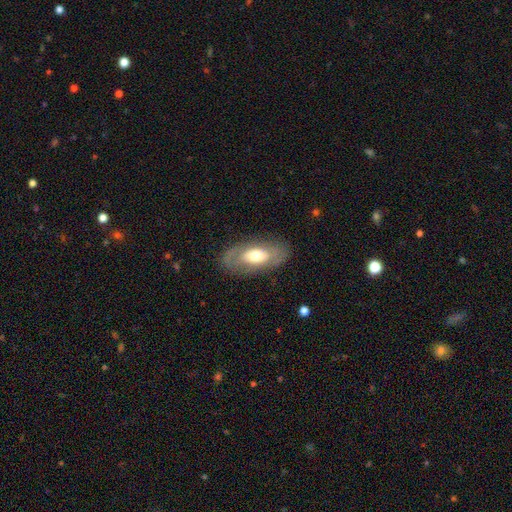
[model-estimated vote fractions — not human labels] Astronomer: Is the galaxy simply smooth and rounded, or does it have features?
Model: featured or disk — 48% (runner-up: smooth, 46%).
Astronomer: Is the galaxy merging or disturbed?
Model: none — 80%.